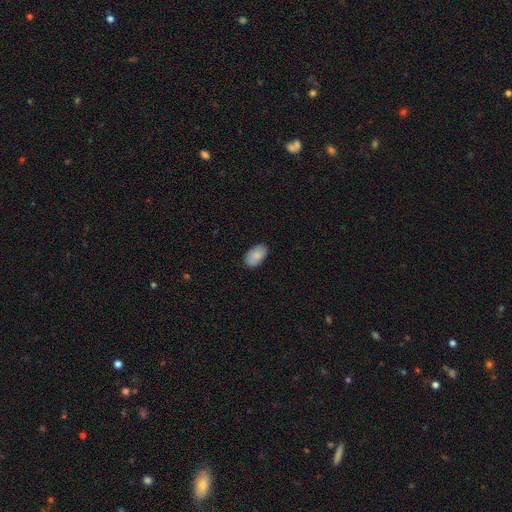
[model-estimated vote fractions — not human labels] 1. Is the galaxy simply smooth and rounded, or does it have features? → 87% smooth, 7% featured or disk, 6% star or artifact.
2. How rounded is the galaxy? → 93% in between, 5% round, 1% cigar-shaped.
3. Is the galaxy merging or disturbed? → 85% none, 12% minor disturbance, 2% major disturbance, 1% merger.